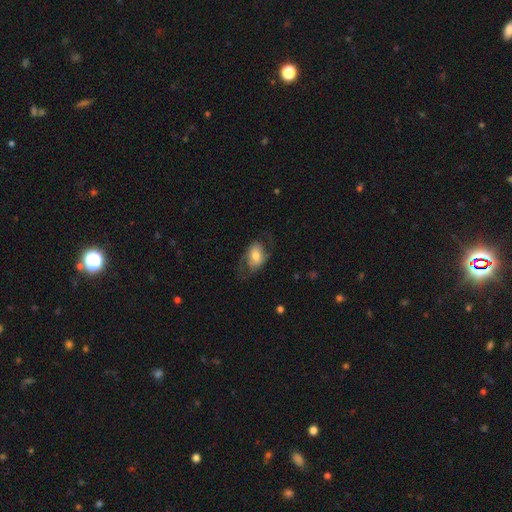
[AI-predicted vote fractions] Overall: featured or disk (48%; smooth 45%). Merging: none (56%; major disturbance 22%).